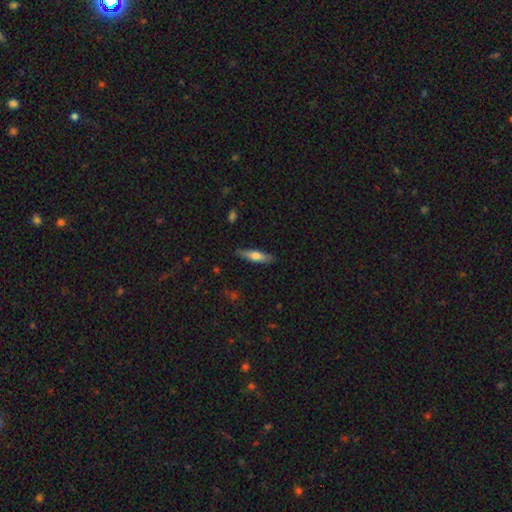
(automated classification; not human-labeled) Overall: smooth (56%; featured or disk 37%). How rounded: cigar-shaped (75%). Merging: none (84%).